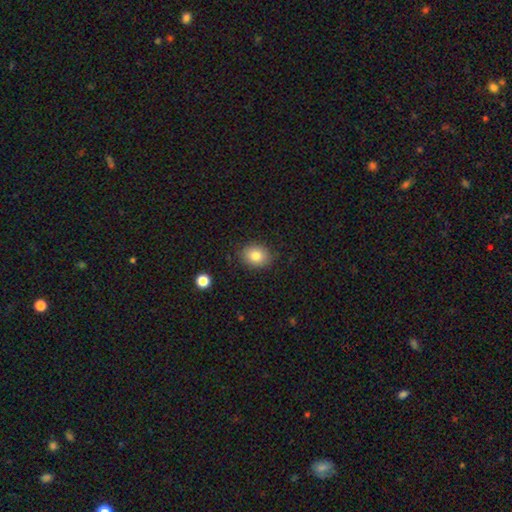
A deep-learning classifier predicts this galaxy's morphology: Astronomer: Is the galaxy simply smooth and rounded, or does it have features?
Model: smooth — 81%.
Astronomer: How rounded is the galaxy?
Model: round — 54% (runner-up: in between, 45%).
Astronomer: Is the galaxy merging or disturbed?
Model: none — 86%.